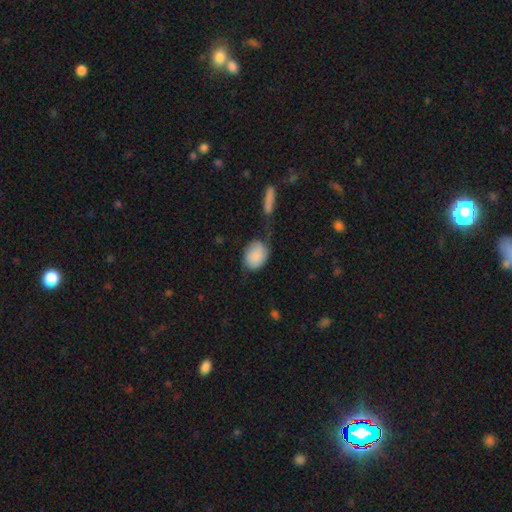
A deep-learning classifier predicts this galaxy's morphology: Smooth or featured: smooth — 80% (featured or disk — 13%)
How rounded: in between — 64% (round — 34%)
Merging: none — 42% (minor disturbance — 28%)